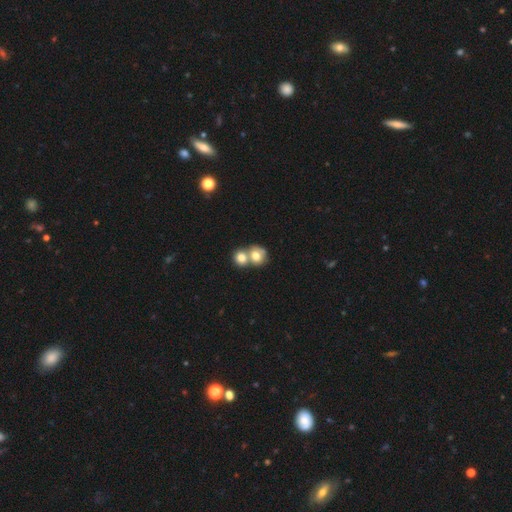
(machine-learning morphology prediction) Q: Smooth or featured?
A: smooth (73%); runner-up: featured or disk (18%)
Q: How rounded?
A: round (71%); runner-up: in between (28%)
Q: Merging?
A: merger (65%); runner-up: none (26%)